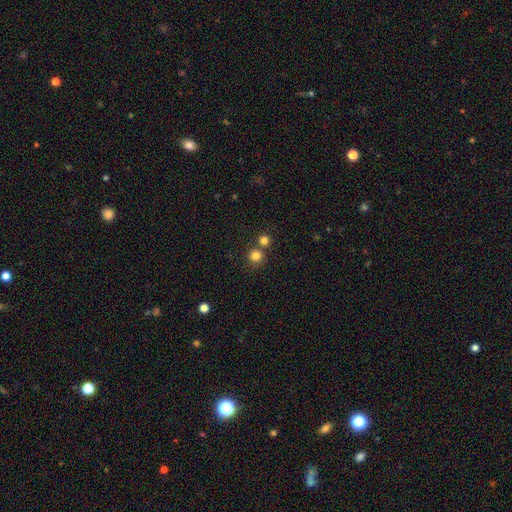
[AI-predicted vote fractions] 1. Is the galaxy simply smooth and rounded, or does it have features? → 81% smooth, 13% star or artifact, 5% featured or disk.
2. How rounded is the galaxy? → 93% round, 6% in between, 1% cigar-shaped.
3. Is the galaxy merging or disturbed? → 71% none, 20% merger, 6% minor disturbance, 3% major disturbance.